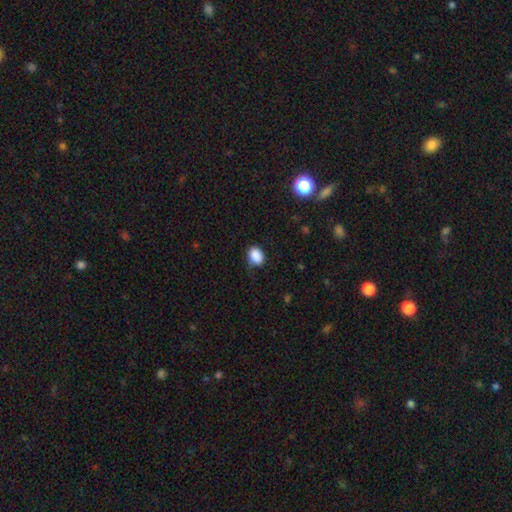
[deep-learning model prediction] Smooth or featured? smooth (88%)
How rounded? in between (66%)
Merging? none (73%)